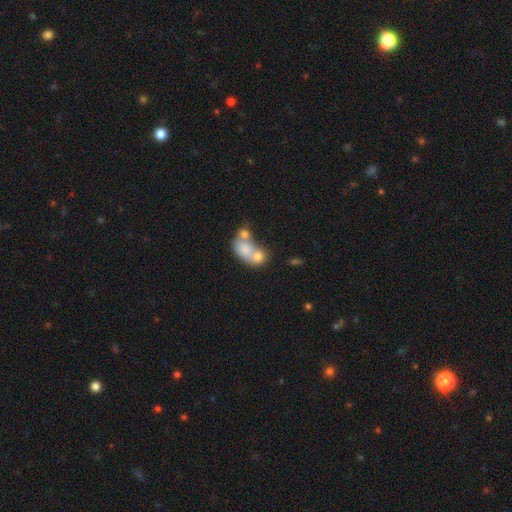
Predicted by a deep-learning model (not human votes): Q: Smooth or featured?
A: smooth (66%); runner-up: featured or disk (24%)
Q: How rounded?
A: in between (64%); runner-up: round (34%)
Q: Merging?
A: merger (69%); runner-up: none (17%)